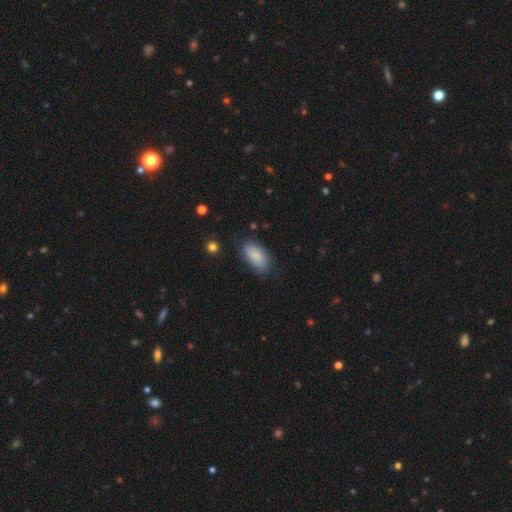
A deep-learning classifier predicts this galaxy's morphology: Smooth or featured: smooth — 80% (featured or disk — 13%)
How rounded: in between — 93% (cigar-shaped — 4%)
Merging: none — 73% (minor disturbance — 20%)